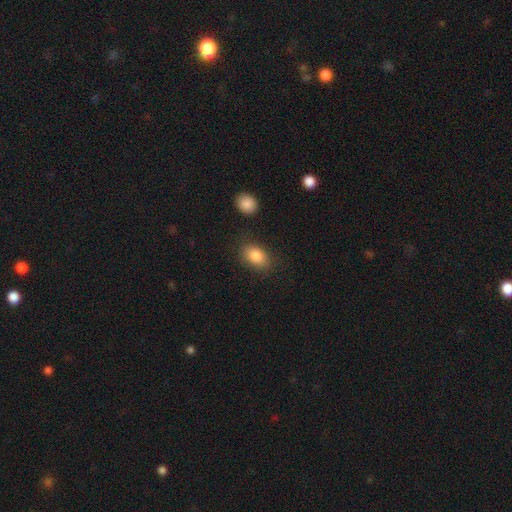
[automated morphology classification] Smooth or featured? smooth (85%)
How rounded? in between (83%)
Merging? none (77%)